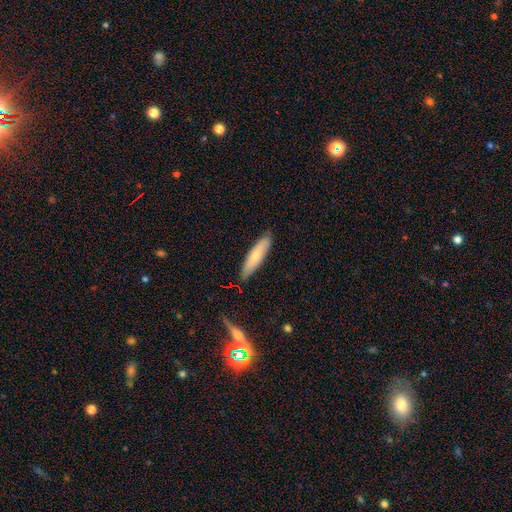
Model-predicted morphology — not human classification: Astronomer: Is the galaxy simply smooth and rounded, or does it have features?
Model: smooth — 67%.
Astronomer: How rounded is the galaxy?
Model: cigar-shaped — 75%.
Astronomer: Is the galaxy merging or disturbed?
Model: none — 82%.